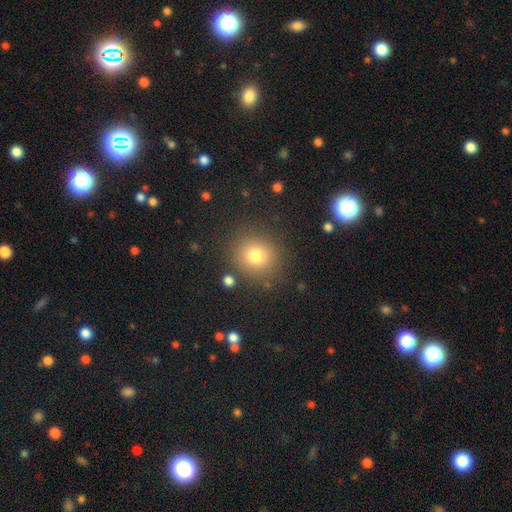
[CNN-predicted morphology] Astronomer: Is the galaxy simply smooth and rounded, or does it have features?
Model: smooth — 76%.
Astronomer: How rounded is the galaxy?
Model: round — 87%.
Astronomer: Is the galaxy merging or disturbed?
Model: none — 85%.